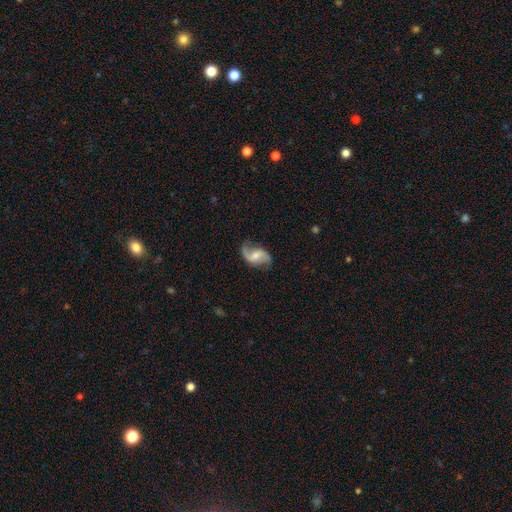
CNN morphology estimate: The model was most divided on "bulge size": moderate: 49%, small: 37%, none: 7%, large: 5%, dominant: 1%. Remaining: edge-on disk — no (97%); spiral arms — yes (96%); spiral arm count — 2 (92%); smooth or featured — featured or disk (86%); merging — none (78%); spiral winding — loose (68%); bar — weak (48%).